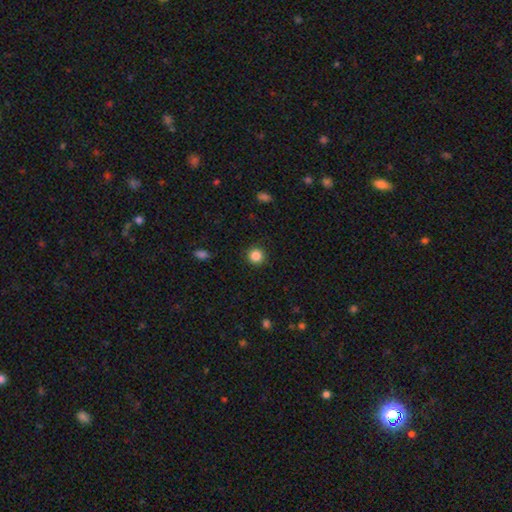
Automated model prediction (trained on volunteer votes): smooth-or-featured: smooth: 86% | star or artifact: 11% | featured or disk: 4%
  how-rounded: round: 94% | in between: 5% | cigar-shaped: 1%
  merging: none: 91% | minor disturbance: 6% | major disturbance: 2% | merger: 1%